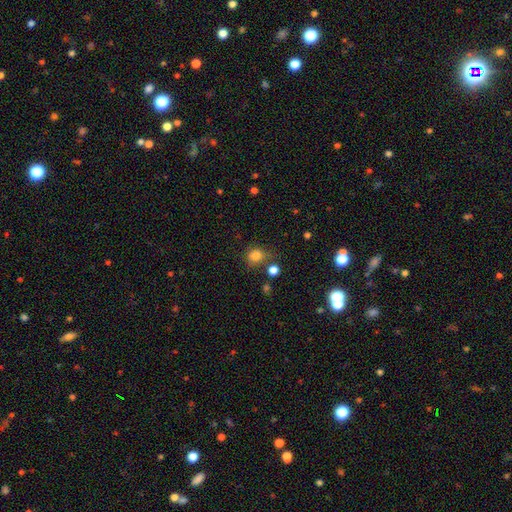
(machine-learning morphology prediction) Q: Smooth or featured?
A: smooth (80%); runner-up: star or artifact (13%)
Q: How rounded?
A: round (66%); runner-up: in between (33%)
Q: Merging?
A: none (57%); runner-up: minor disturbance (23%)